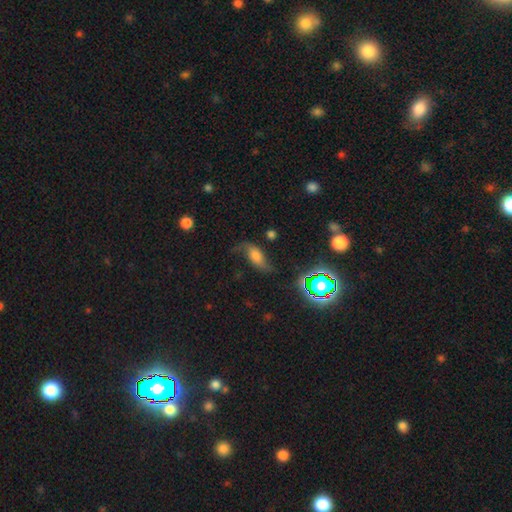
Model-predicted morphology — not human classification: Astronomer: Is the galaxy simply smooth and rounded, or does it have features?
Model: featured or disk — 56%.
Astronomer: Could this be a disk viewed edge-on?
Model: no — 88%.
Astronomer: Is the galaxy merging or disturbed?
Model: none — 59%.